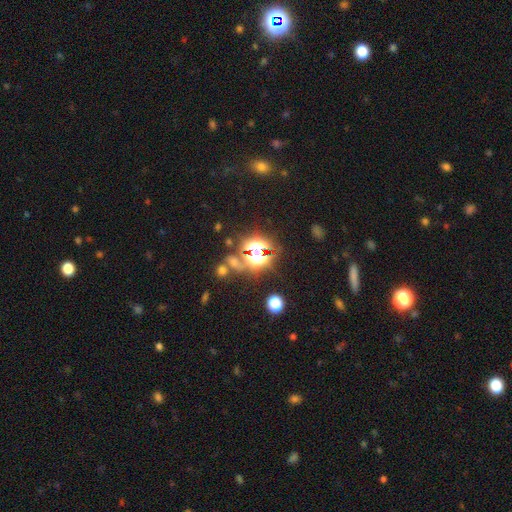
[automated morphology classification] smooth-or-featured: star or artifact: 75% | smooth: 17% | featured or disk: 8%